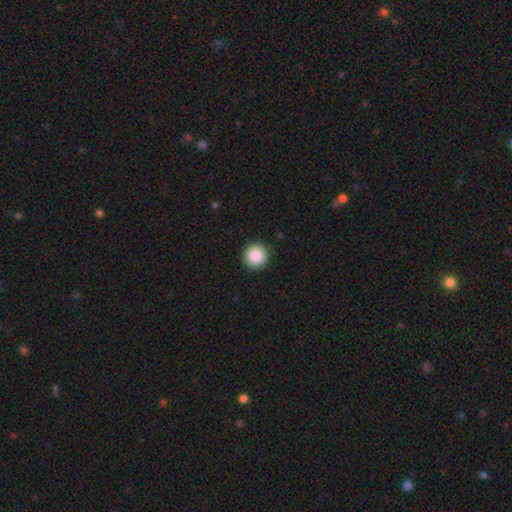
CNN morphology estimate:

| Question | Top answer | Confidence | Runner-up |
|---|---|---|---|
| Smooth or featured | smooth | 88% | star or artifact (8%) |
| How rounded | round | 96% | in between (3%) |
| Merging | none | 92% | minor disturbance (5%) |